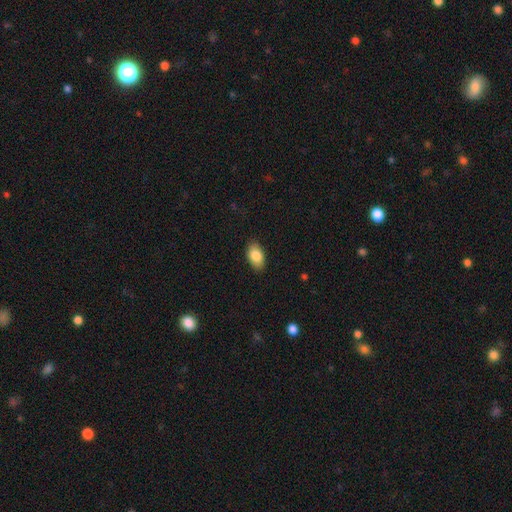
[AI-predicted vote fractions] The model was most divided on "merging": none: 87%, minor disturbance: 10%, major disturbance: 2%, merger: 1%. More confident: how rounded — in between (93%); smooth or featured — smooth (86%).